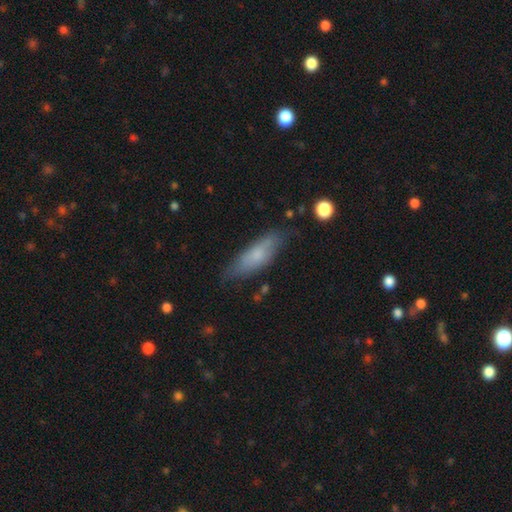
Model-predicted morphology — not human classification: Overall: smooth (69%). How rounded: in between (52%; cigar-shaped 46%). Merging: none (69%).